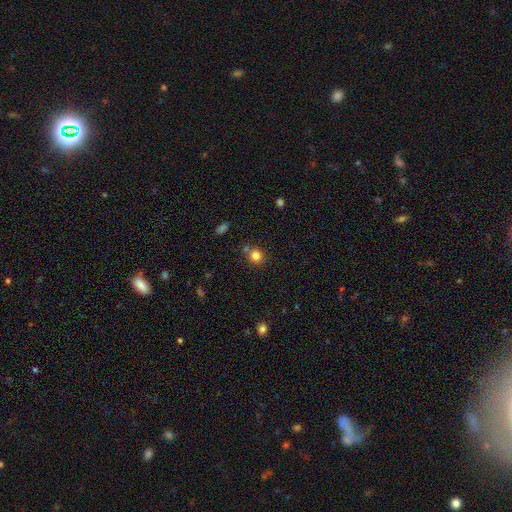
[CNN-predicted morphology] A smooth galaxy with no disk features (82%) that is round (89%). Merging: none (74%).